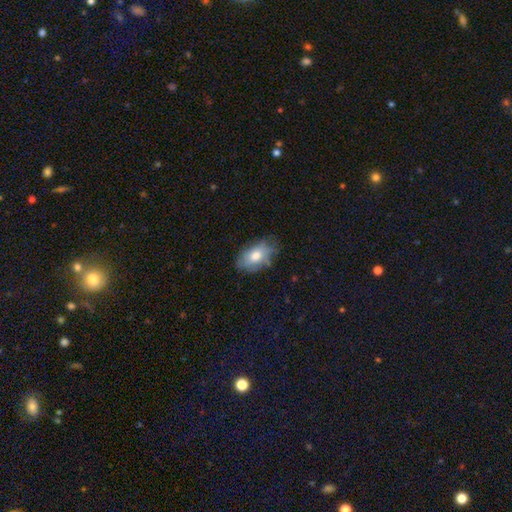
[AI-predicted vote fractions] The model was most divided on "merging": none: 67%, minor disturbance: 25%, major disturbance: 7%, merger: 2%. More confident: how rounded — in between (90%); smooth or featured — smooth (71%).